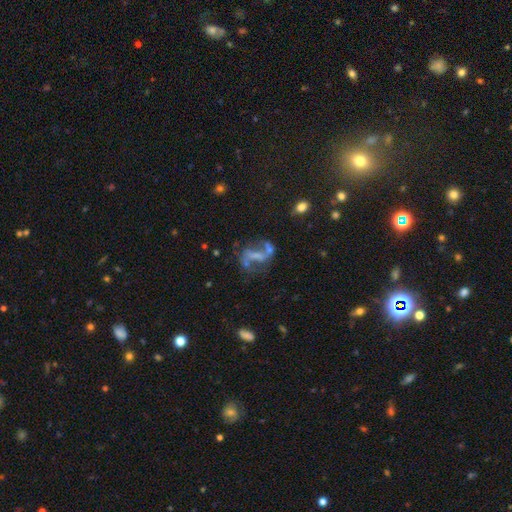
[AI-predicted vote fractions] This is likely a featured or disk galaxy (66%). It is clearly not viewed edge-on (95%). Bar: marginally strong (39%). Spiral arm pattern: likely yes (69%). Central bulge: possibly none (51%). Merging: marginally none (41%).